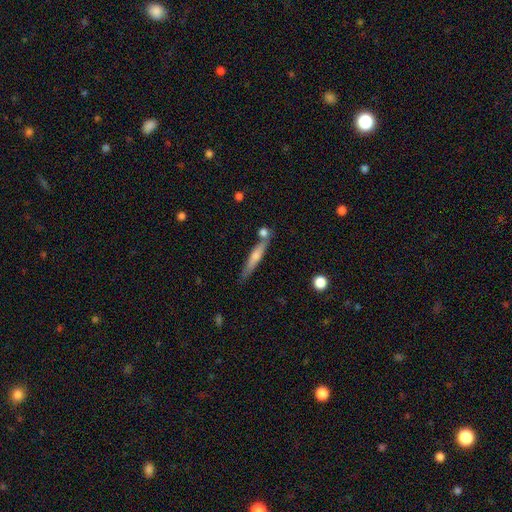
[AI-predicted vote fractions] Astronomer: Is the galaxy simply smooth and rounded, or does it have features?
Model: featured or disk — 50% (runner-up: smooth, 43%).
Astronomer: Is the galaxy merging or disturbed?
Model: none — 75%.